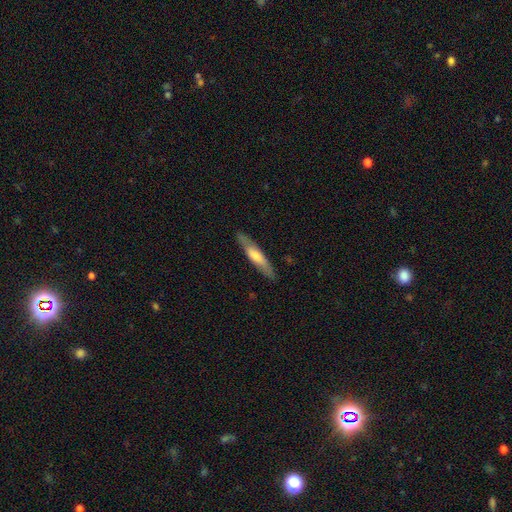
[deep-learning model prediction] Smooth or featured?
  - smooth: 54% *
  - featured or disk: 40%
  - star or artifact: 5%
How rounded?
  - cigar-shaped: 81% *
  - in between: 17%
  - round: 1%
Merging?
  - none: 85% *
  - minor disturbance: 11%
  - major disturbance: 2%
  - merger: 1%